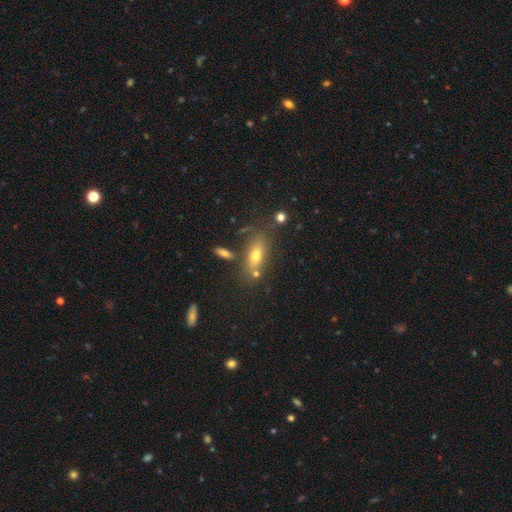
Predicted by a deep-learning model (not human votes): Morphology: type=smooth (67%); roundness=in between (78%); merging=none (68%).